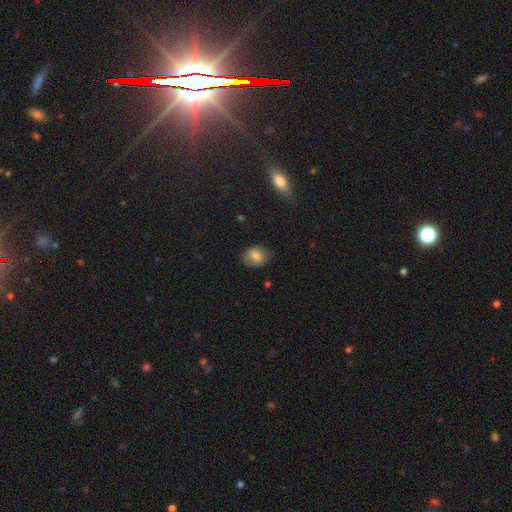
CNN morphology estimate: The model was most divided on "how rounded": round: 52%, in between: 47%, cigar-shaped: 1%. More confident: smooth or featured — smooth (77%); merging — none (71%).